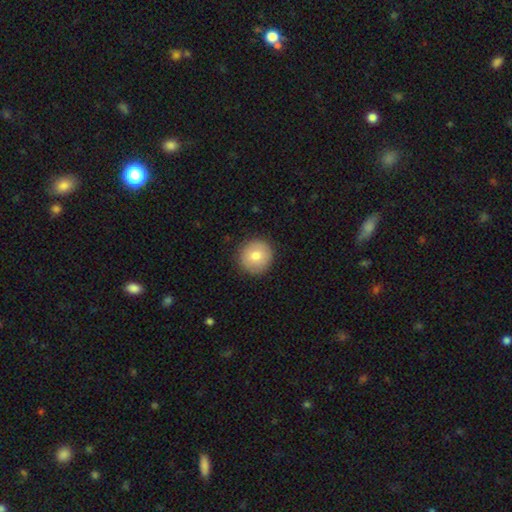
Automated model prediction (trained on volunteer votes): A smooth galaxy with no disk features (79%) that is round (93%).

Vote fractions:
- Smooth or featured? smooth: 79% / featured or disk: 14% / star or artifact: 8%
- How rounded? round: 93% / in between: 6% / cigar-shaped: 1%
- Merging? none: 90% / minor disturbance: 7% / major disturbance: 2% / merger: 1%